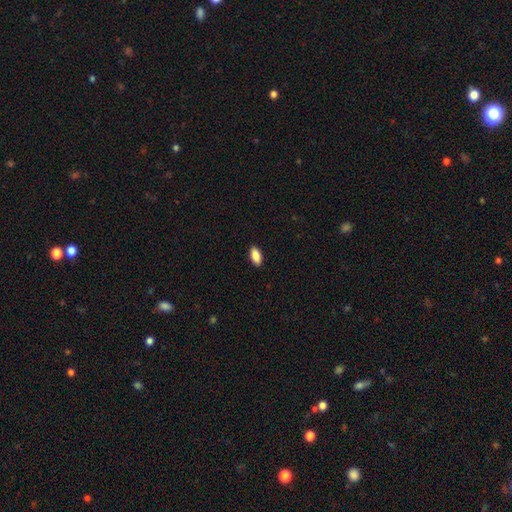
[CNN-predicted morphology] The model was most divided on "smooth or featured": smooth: 88%, star or artifact: 7%, featured or disk: 5%. More confident: how rounded — in between (92%); merging — none (90%).